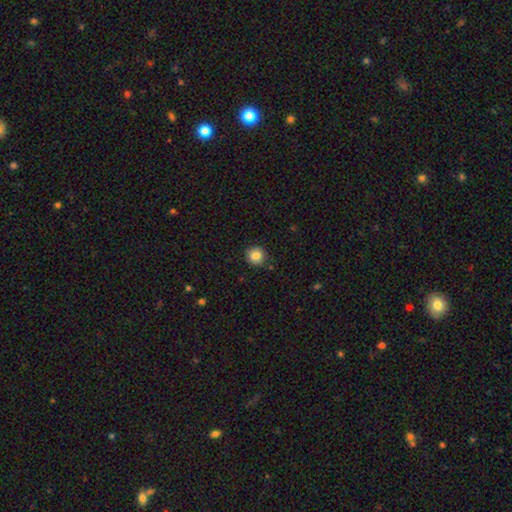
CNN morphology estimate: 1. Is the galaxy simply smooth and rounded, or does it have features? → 85% smooth, 10% star or artifact, 5% featured or disk.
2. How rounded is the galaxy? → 92% round, 7% in between, 1% cigar-shaped.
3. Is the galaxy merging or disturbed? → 89% none, 8% minor disturbance, 2% major disturbance, 1% merger.